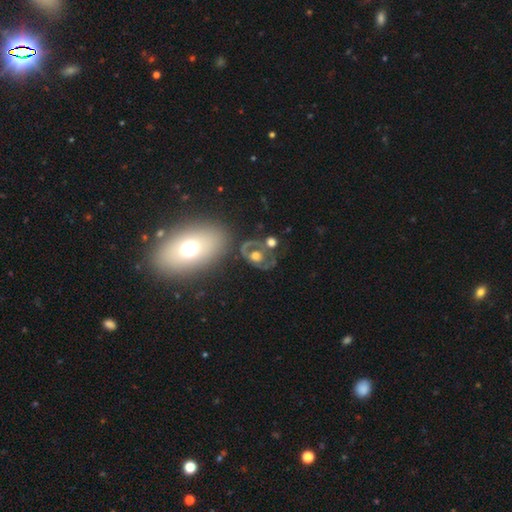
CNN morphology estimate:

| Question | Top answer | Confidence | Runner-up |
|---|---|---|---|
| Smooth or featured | featured or disk | 58% | smooth (32%) |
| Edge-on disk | no | 94% | yes (6%) |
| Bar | no | 82% | weak (13%) |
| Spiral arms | no | 59% | yes (41%) |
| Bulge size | moderate | 49% | large (34%) |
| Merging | none | 45% | major disturbance (21%) |